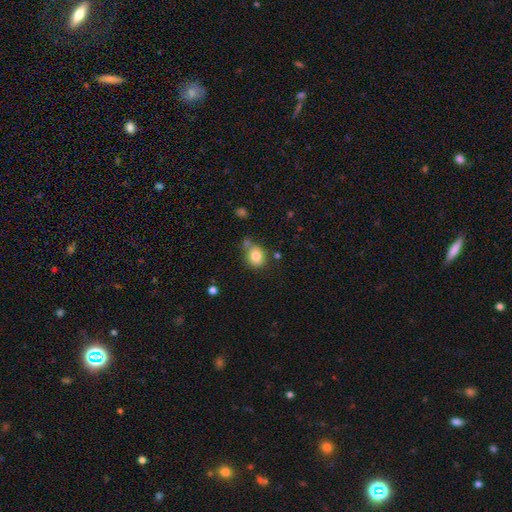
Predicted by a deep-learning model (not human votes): The model was most divided on "how rounded": round: 66%, in between: 33%, cigar-shaped: 1%. More confident: smooth or featured — smooth (82%); merging — none (66%).